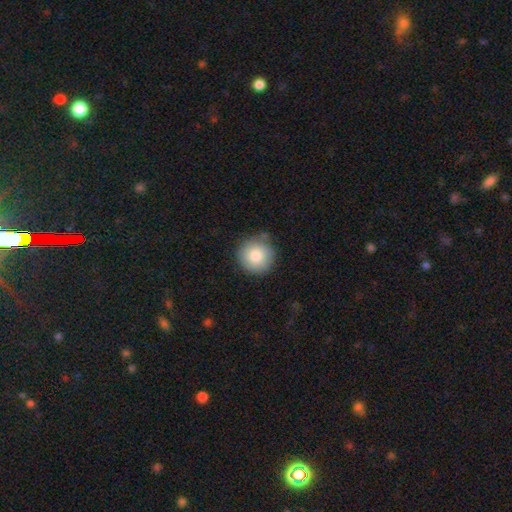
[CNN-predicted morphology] Smooth or featured? smooth (83%)
How rounded? round (95%)
Merging? none (73%)